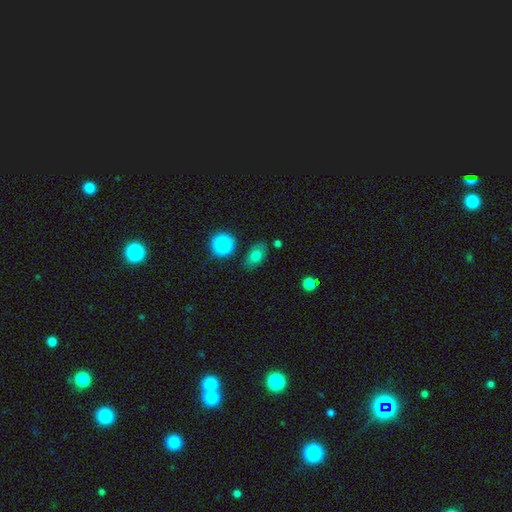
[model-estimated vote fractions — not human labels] A smooth galaxy with no disk features (73%) that is in between round and cigar-shaped (80%). Merging: none (80%).